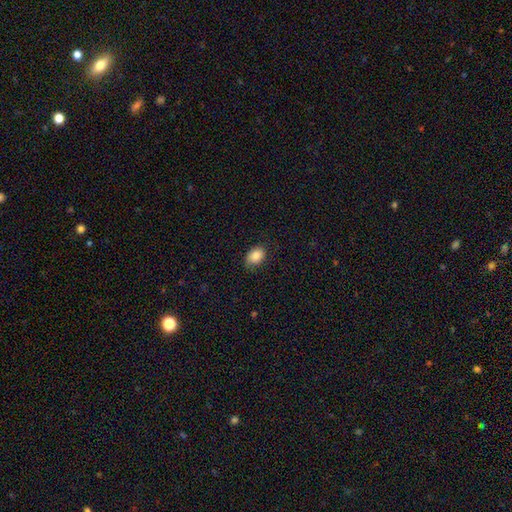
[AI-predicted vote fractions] smooth 87%, star or artifact 8%, featured or disk 5%. Down the decision tree: how rounded — in between (79%); merging — none (78%).